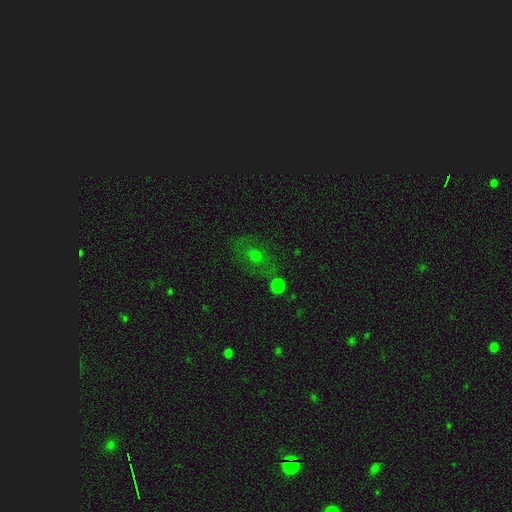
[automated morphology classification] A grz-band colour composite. It shows a smooth galaxy with no disk features (45%). Merging: none (63%).